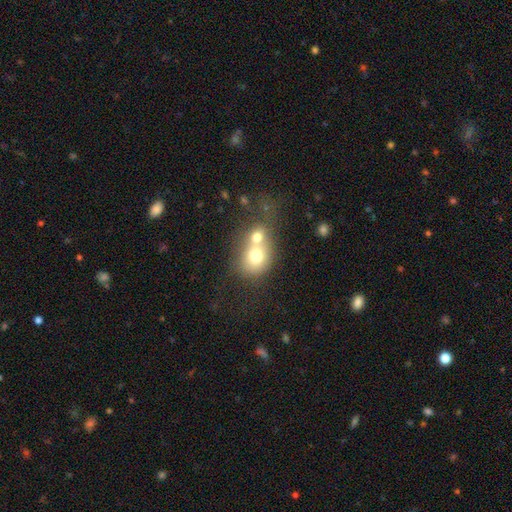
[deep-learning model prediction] smooth 68%, featured or disk 21%, star or artifact 11%. Down the decision tree: how rounded — round (61%); merging — merger (65%).